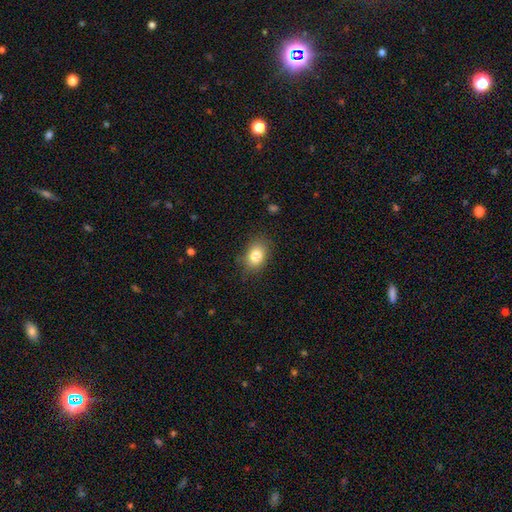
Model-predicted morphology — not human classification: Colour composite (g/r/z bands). It shows a smooth galaxy with no disk features (83%) that is in between round and cigar-shaped (72%). Merging: none (80%).